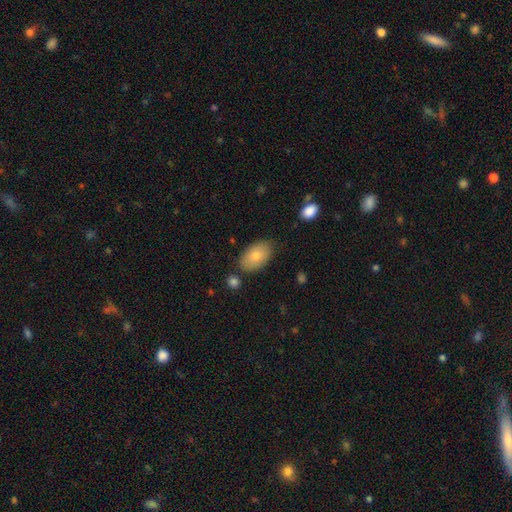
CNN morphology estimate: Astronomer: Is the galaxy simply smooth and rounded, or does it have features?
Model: smooth — 76%.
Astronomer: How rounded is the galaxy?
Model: in between — 91%.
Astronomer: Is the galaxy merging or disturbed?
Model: none — 80%.